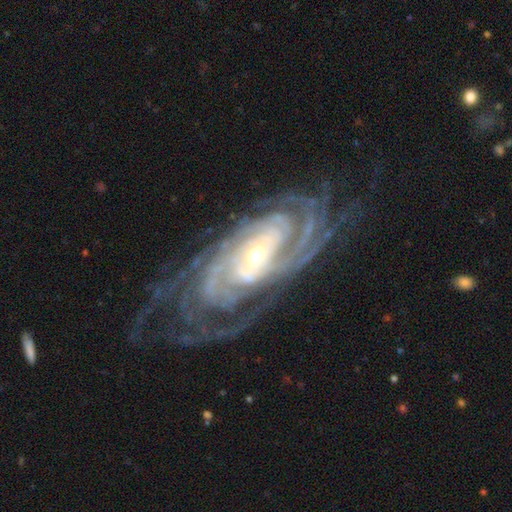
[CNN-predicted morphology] smooth_or_featured: featured or disk (p=0.91) [alt: star or artifact p=0.05]
disk_edge_on: no (p=0.94) [alt: yes p=0.06]
bar: no (p=0.57) [alt: weak p=0.25]
has_spiral_arms: yes (p=0.98) [alt: no p=0.02]
spiral_winding: tight (p=0.78) [alt: medium p=0.18]
spiral_arm_count: can't tell (p=0.23) [alt: 4 p=0.21]
bulge_size: small (p=0.57) [alt: moderate p=0.39]
merging: none (p=0.69) [alt: minor disturbance p=0.18]